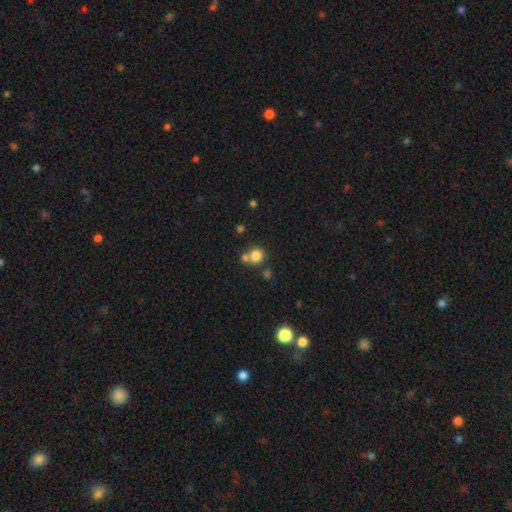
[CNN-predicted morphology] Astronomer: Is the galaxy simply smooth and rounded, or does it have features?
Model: smooth — 80%.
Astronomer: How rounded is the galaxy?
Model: round — 86%.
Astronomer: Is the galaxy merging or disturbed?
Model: none — 53% (runner-up: merger, 35%).